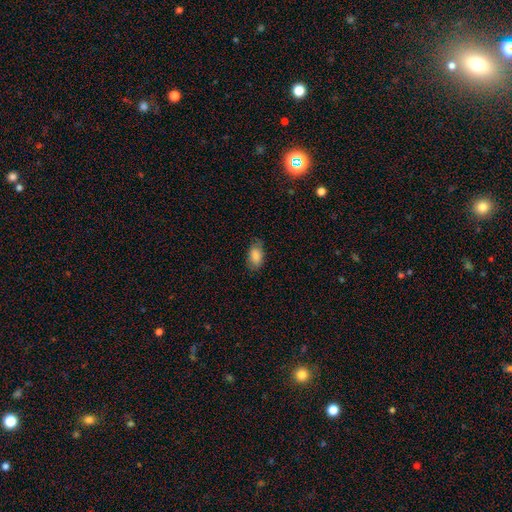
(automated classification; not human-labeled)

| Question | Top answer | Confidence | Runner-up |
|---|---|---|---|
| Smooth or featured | smooth | 83% | featured or disk (11%) |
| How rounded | in between | 93% | round (5%) |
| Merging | none | 72% | minor disturbance (21%) |